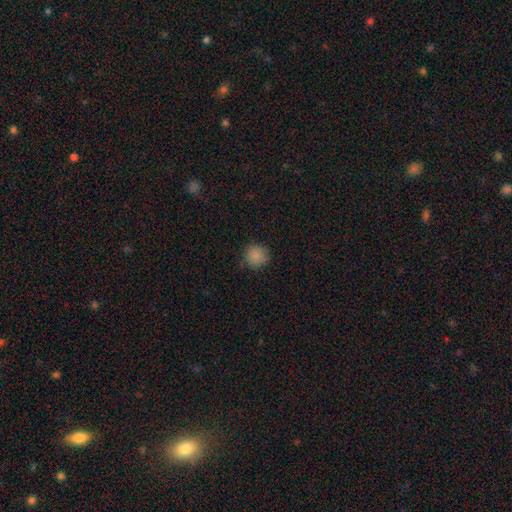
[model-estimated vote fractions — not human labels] Smooth or featured? smooth (86%)
How rounded? round (92%)
Merging? none (84%)